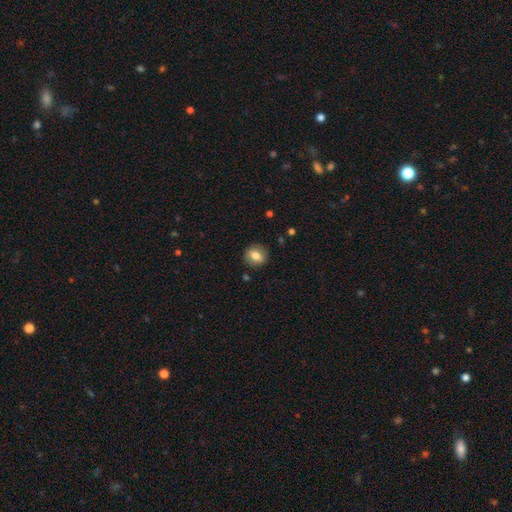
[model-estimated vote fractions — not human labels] Overall: smooth (73%). How rounded: round (71%). Merging: none (87%).